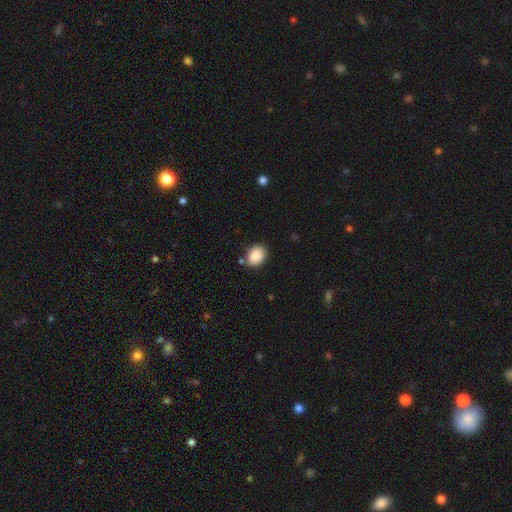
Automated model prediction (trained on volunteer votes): Overall: smooth (87%). How rounded: in between (55%; round 44%). Merging: none (81%).